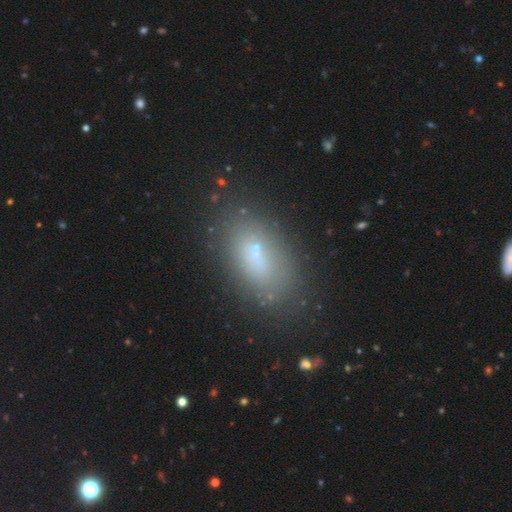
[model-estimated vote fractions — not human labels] This appears to be a smooth galaxy with no disk features (65%) that is in between round and cigar-shaped (88%). Merging: none (71%).